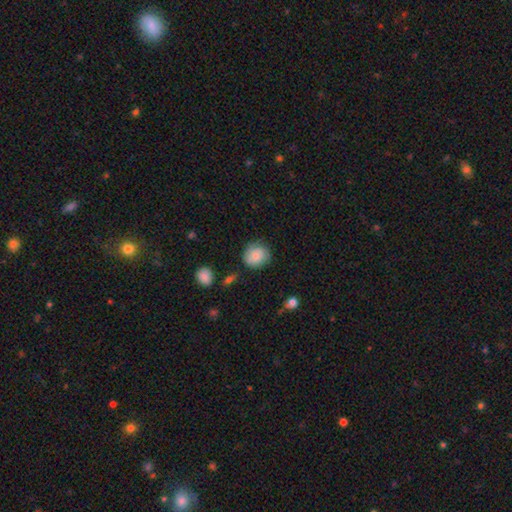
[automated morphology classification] Q: Smooth or featured?
A: smooth (82%); runner-up: featured or disk (10%)
Q: How rounded?
A: round (80%); runner-up: in between (19%)
Q: Merging?
A: none (76%); runner-up: minor disturbance (18%)